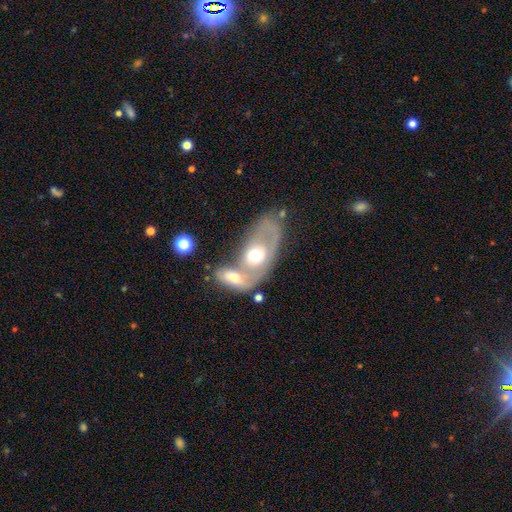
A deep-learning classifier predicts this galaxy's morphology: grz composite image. It shows a featured or disk galaxy (53%). Merging: merger (49%).